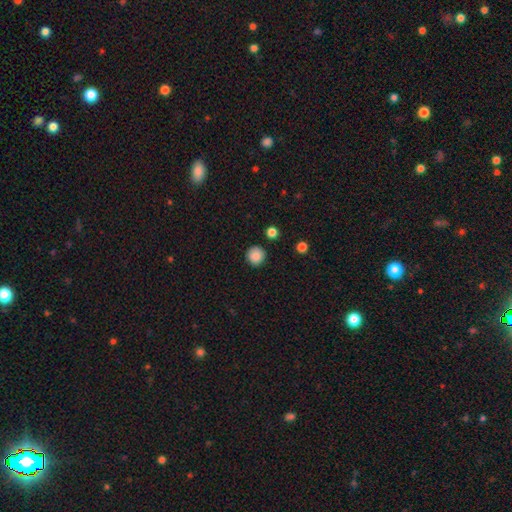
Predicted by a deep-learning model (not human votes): A smooth galaxy with no disk features (87%) that is round (93%).

Vote fractions:
- Smooth or featured? smooth: 87% / star or artifact: 10% / featured or disk: 3%
- How rounded? round: 93% / in between: 6% / cigar-shaped: 1%
- Merging? none: 90% / minor disturbance: 7% / major disturbance: 2% / merger: 2%